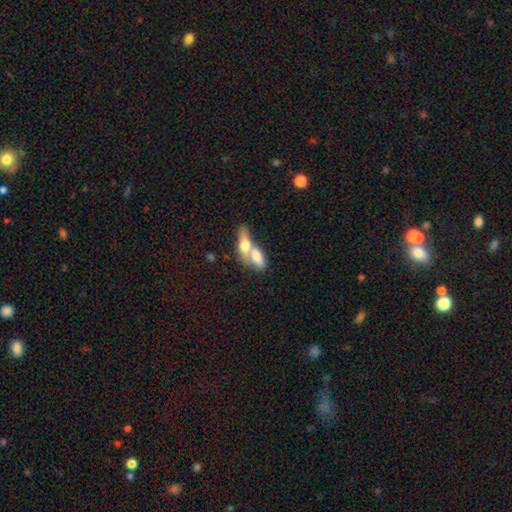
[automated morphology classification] Overall: smooth (65%; featured or disk 28%). How rounded: in between (74%). Merging: merger (73%).